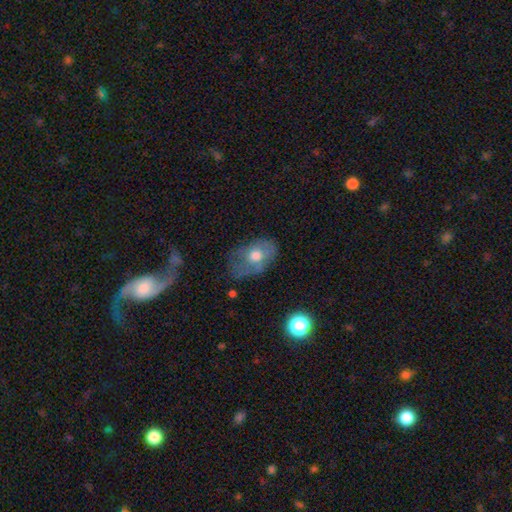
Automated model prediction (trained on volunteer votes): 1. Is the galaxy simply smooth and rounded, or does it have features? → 53% smooth, 38% featured or disk, 9% star or artifact.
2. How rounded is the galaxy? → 83% in between, 15% round, 2% cigar-shaped.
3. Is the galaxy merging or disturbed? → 51% none, 30% minor disturbance, 16% major disturbance, 3% merger.